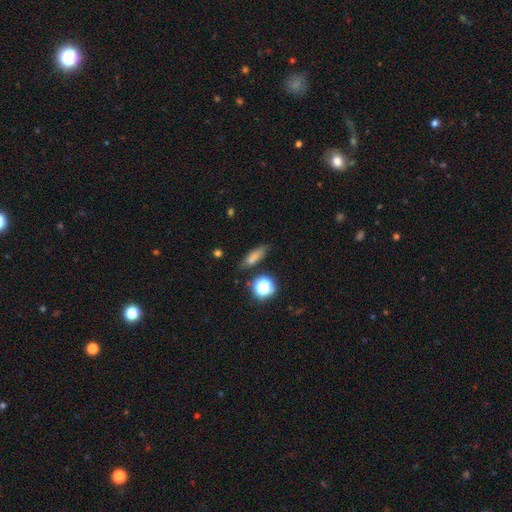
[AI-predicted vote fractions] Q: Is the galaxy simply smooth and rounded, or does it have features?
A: smooth — 61%.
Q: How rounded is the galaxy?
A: cigar-shaped — 44%.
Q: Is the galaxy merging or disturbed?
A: none — 81%.